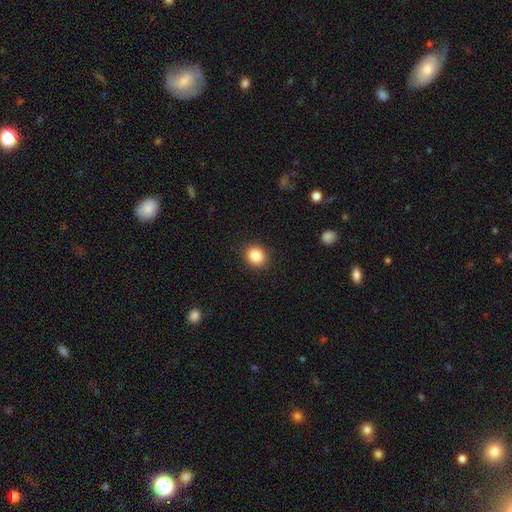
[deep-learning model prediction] Overall: smooth (86%). How rounded: round (74%). Merging: none (91%).